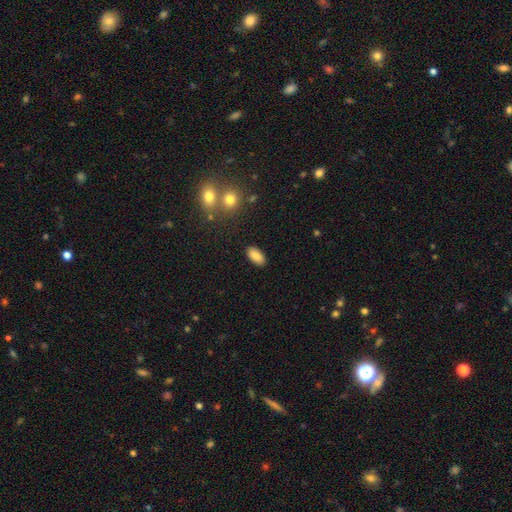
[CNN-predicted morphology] smooth_or_featured: smooth (p=0.86) [alt: star or artifact p=0.08]
how_rounded: in between (p=0.93) [alt: cigar-shaped p=0.04]
merging: none (p=0.88) [alt: minor disturbance p=0.08]